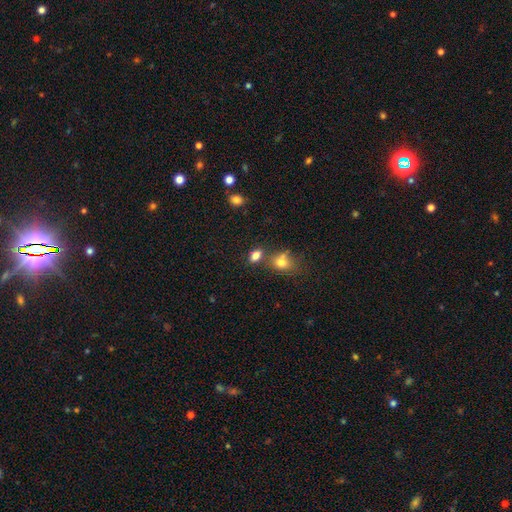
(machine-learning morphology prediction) type=smooth (80%); roundness=in between (79%); merging=none (60%).